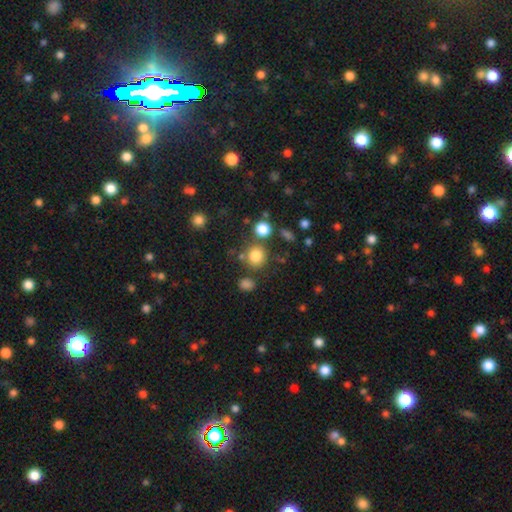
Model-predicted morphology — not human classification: This is clearly a smooth galaxy (81%). How rounded: clearly round (86%). Merging: likely none (74%).